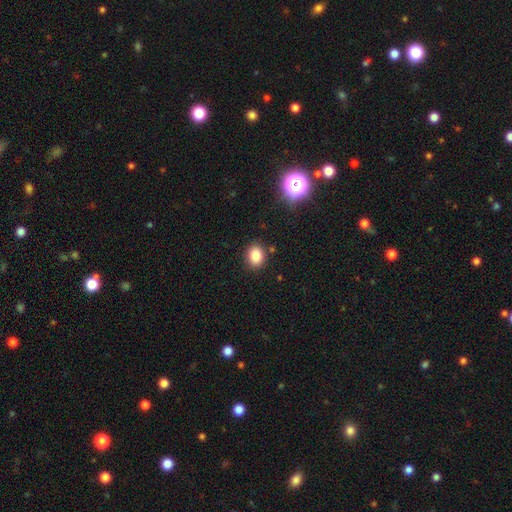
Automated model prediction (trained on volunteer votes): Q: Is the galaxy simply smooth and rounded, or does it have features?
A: smooth — 84%.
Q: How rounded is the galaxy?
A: in between — 51%.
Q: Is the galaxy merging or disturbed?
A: none — 86%.